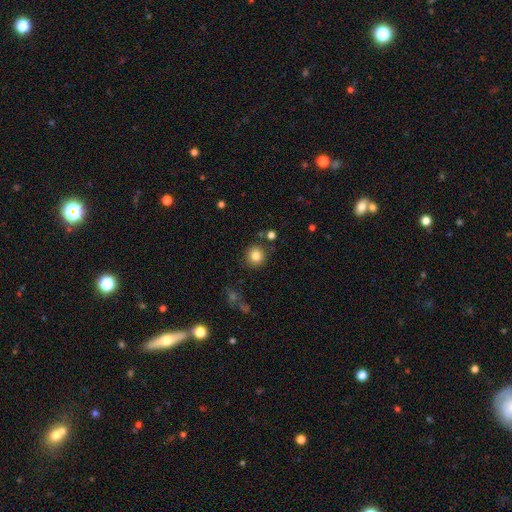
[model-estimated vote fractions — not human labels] Q: Smooth or featured?
A: smooth (83%); runner-up: star or artifact (11%)
Q: How rounded?
A: round (92%); runner-up: in between (7%)
Q: Merging?
A: none (87%); runner-up: minor disturbance (7%)